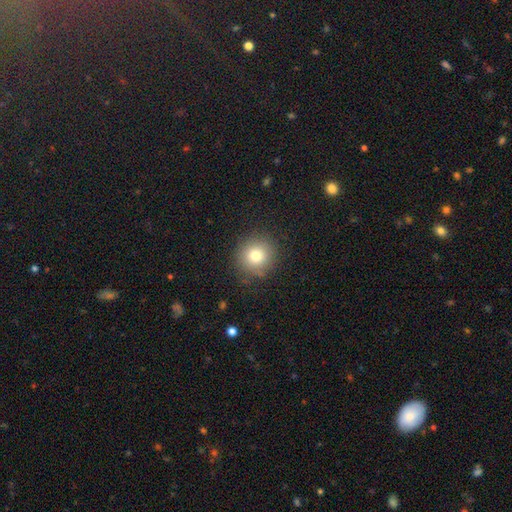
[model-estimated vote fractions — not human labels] smooth-or-featured: smooth: 80% | star or artifact: 11% | featured or disk: 9%
  how-rounded: round: 90% | in between: 9% | cigar-shaped: 1%
  merging: none: 86% | minor disturbance: 10% | major disturbance: 3% | merger: 1%